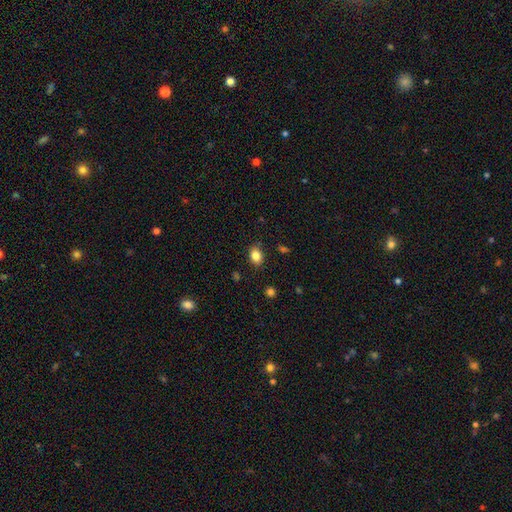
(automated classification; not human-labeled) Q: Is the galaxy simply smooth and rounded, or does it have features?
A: smooth — 84%.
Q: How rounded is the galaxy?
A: in between — 71%.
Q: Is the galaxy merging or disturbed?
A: none — 86%.